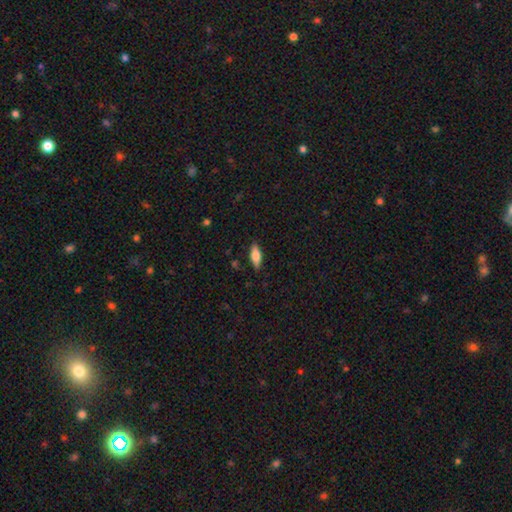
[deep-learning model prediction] Q: Smooth or featured?
A: smooth (60%); runner-up: featured or disk (33%)
Q: How rounded?
A: in between (62%); runner-up: cigar-shaped (35%)
Q: Merging?
A: none (85%); runner-up: minor disturbance (11%)